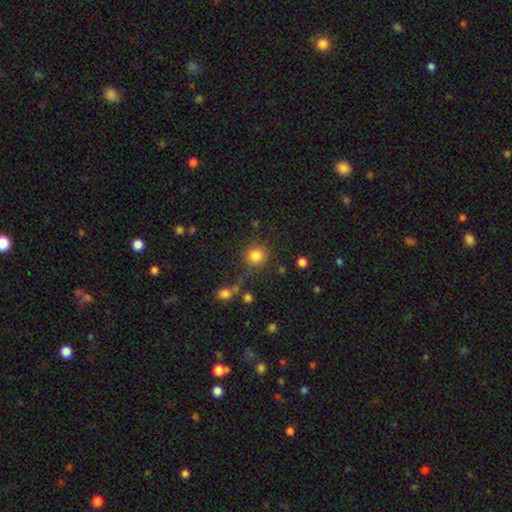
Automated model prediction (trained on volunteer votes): Morphology: type=smooth (84%); roundness=round (90%); merging=none (80%).